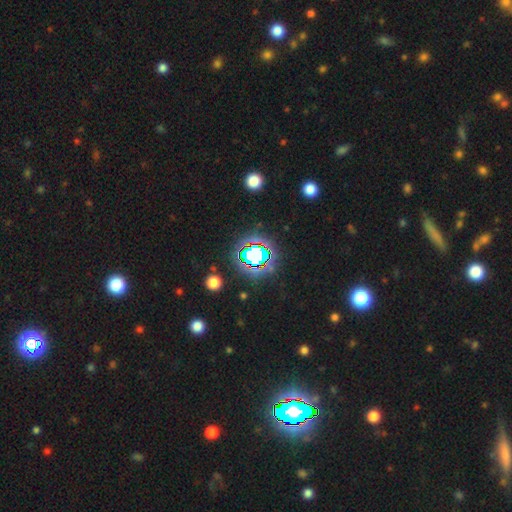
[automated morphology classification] star or artifact 66%, smooth 21%, featured or disk 14%.